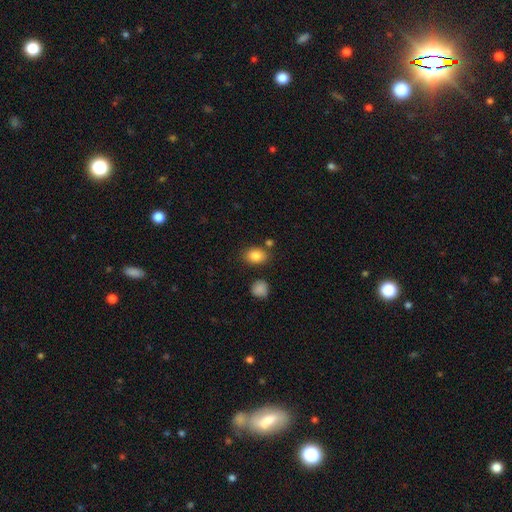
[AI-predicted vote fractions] The model was most divided on "how rounded": in between: 71%, round: 28%, cigar-shaped: 1%. More confident: smooth or featured — smooth (85%); merging — none (77%).